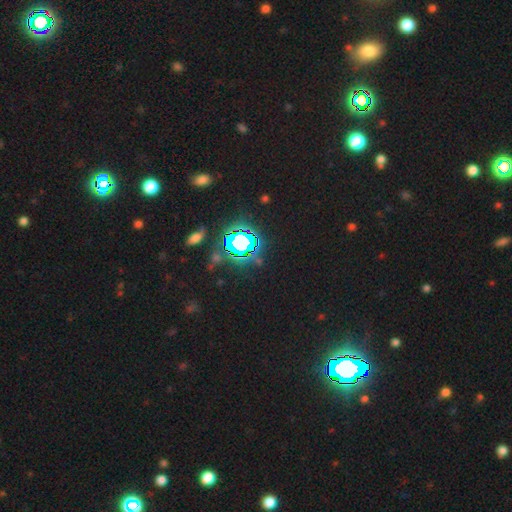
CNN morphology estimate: Smooth or featured? Predicted: star or artifact (p=0.83).